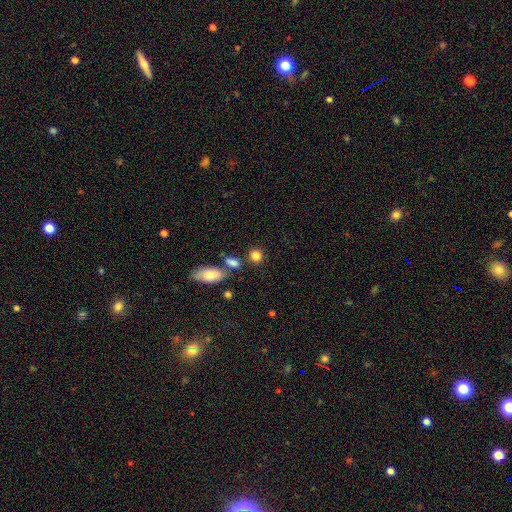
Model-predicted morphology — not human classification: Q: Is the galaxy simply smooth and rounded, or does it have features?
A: smooth — 84%.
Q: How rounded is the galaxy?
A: round — 74%.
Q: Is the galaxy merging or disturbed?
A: none — 73%.